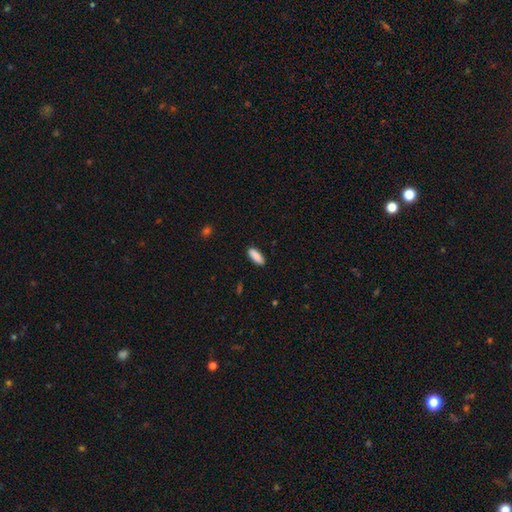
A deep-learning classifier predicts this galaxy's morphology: The model was most divided on "how rounded": in between: 71%, cigar-shaped: 27%, round: 2%. More confident: smooth or featured — smooth (89%); merging — none (88%).